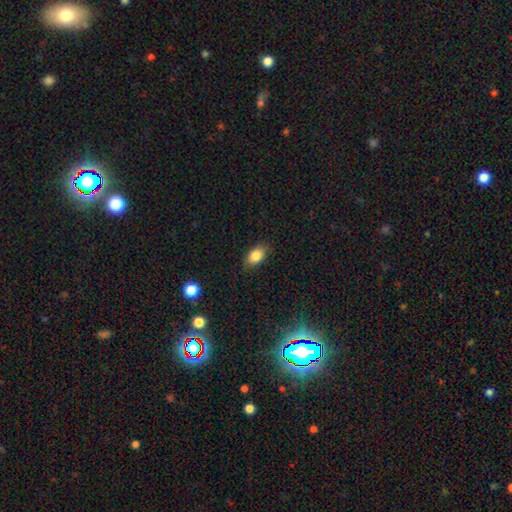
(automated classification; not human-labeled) This appears to be a smooth galaxy with no disk features (84%) that is in between round and cigar-shaped (89%). Merging: none (83%).